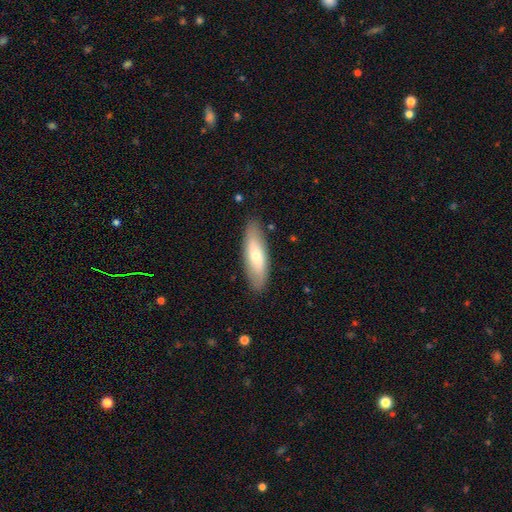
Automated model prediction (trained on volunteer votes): Overall: smooth (62%; featured or disk 32%). How rounded: in between (51%; cigar-shaped 47%). Merging: none (86%).